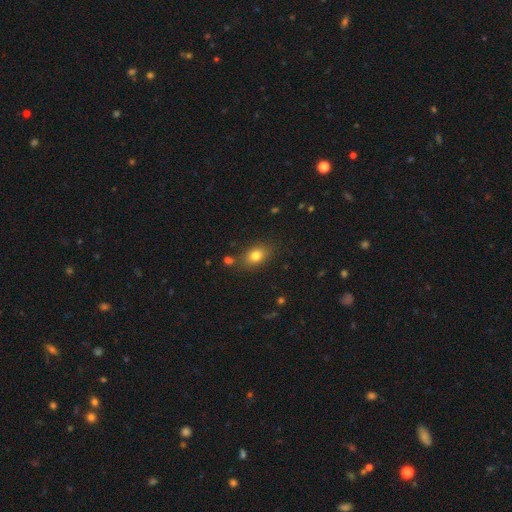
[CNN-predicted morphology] A smooth galaxy with no disk features (79%) that is in between round and cigar-shaped (72%).

Vote fractions:
- Smooth or featured? smooth: 79% / star or artifact: 11% / featured or disk: 10%
- How rounded? in between: 72% / round: 26% / cigar-shaped: 2%
- Merging? none: 78% / minor disturbance: 14% / merger: 5% / major disturbance: 4%